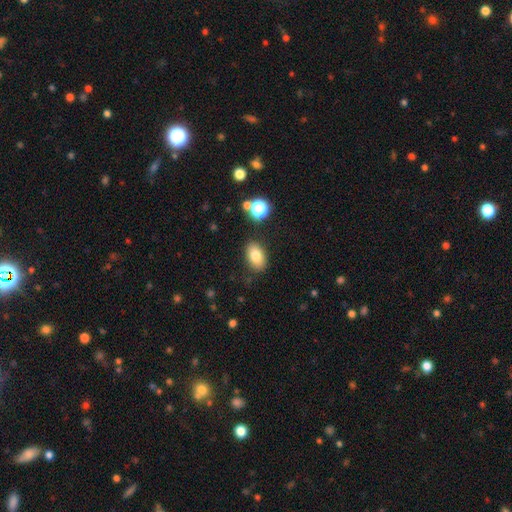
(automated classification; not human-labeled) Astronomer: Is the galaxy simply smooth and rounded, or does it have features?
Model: smooth — 80%.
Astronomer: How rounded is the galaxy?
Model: in between — 86%.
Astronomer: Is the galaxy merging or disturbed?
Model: none — 84%.